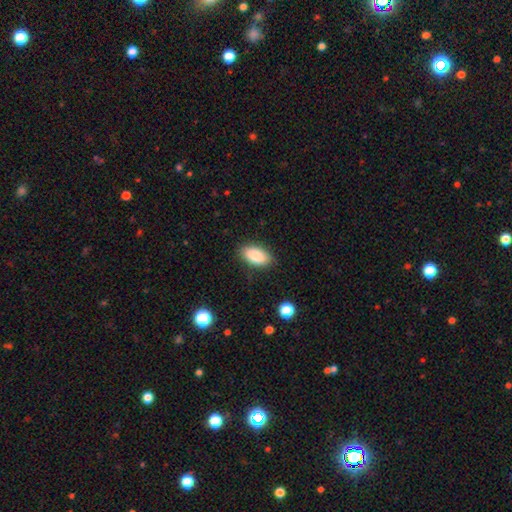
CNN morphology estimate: Overall: smooth (87%). How rounded: in between (92%). Merging: none (86%).